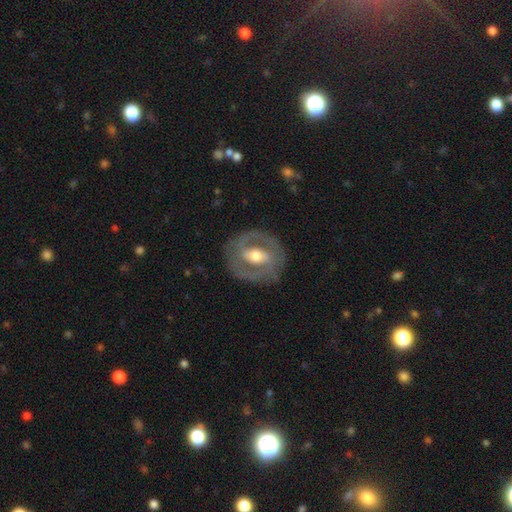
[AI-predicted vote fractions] The model was most divided on "bar": weak: 37%, strong: 35%, no: 29%. More confident: edge-on disk — no (94%); merging — none (80%); bulge size — moderate (72%); smooth or featured — featured or disk (71%); spiral arms — no (54%).